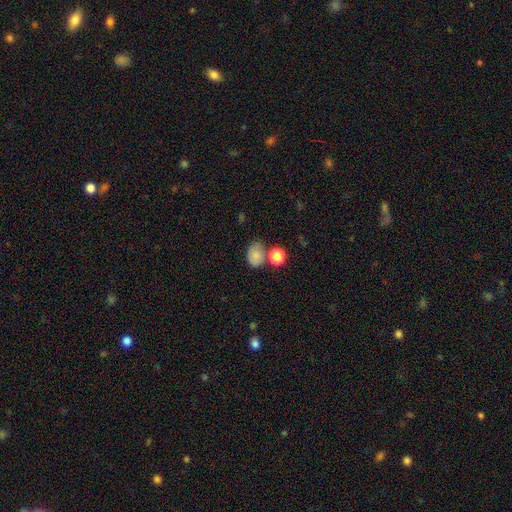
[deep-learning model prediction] A smooth galaxy with no disk features (81%) that is in between round and cigar-shaped (64%). Merging: none (54%).